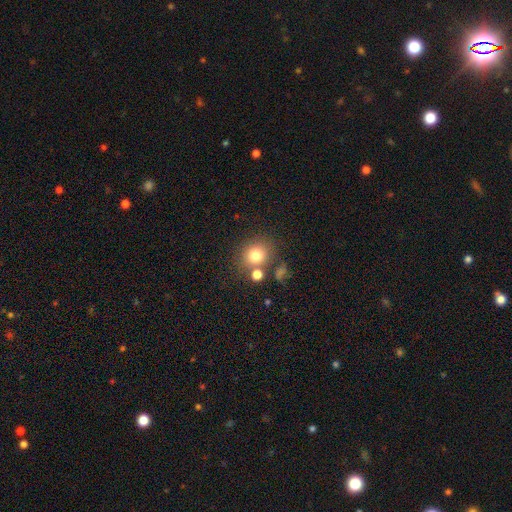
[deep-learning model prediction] Overall: smooth (77%). How rounded: round (79%). Merging: none (68%).